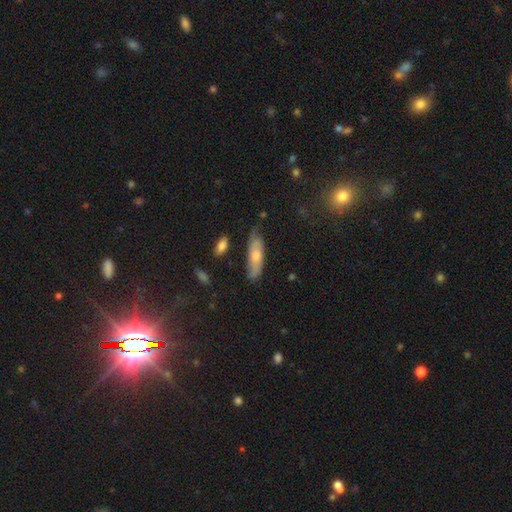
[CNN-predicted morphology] A smooth galaxy with no disk features (53%) that is cigar-shaped (54%).

Vote fractions:
- Smooth or featured? smooth: 53% / featured or disk: 38% / star or artifact: 9%
- How rounded? cigar-shaped: 54% / in between: 44% / round: 2%
- Merging? none: 63% / minor disturbance: 27% / major disturbance: 7% / merger: 3%